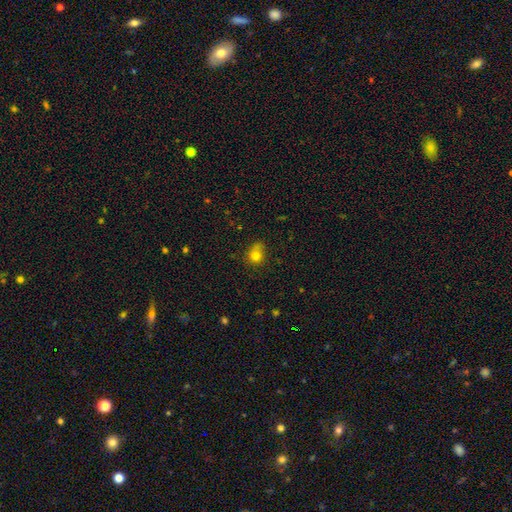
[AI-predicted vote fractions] Morphology: type=smooth (77%); roundness=round (71%); merging=none (58%).